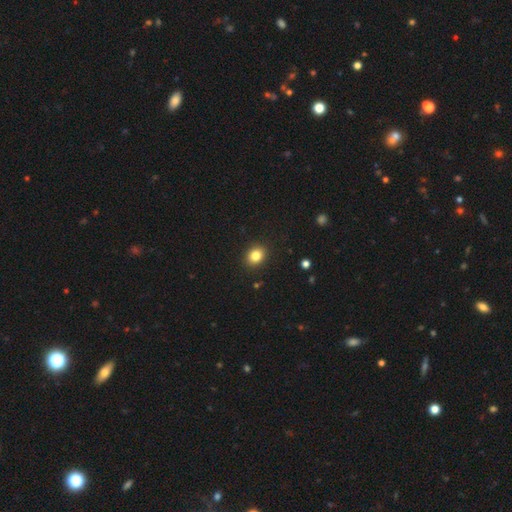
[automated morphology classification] smooth 84%, star or artifact 11%, featured or disk 6%. Down the decision tree: how rounded — round (53%); merging — none (90%).